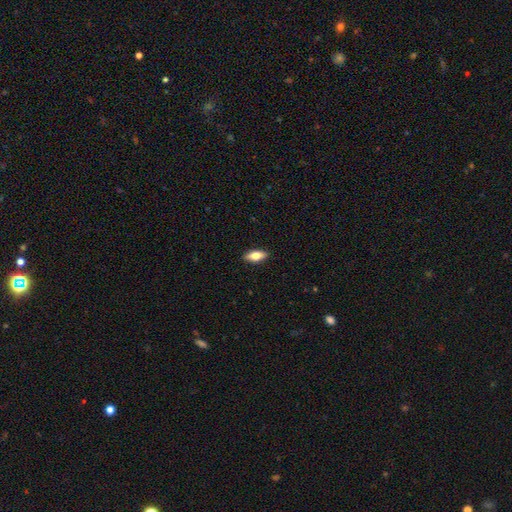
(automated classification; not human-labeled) smooth-or-featured: smooth: 71% | featured or disk: 23% | star or artifact: 6%
  how-rounded: in between: 81% | cigar-shaped: 16% | round: 3%
  merging: none: 90% | minor disturbance: 7% | major disturbance: 2% | merger: 1%